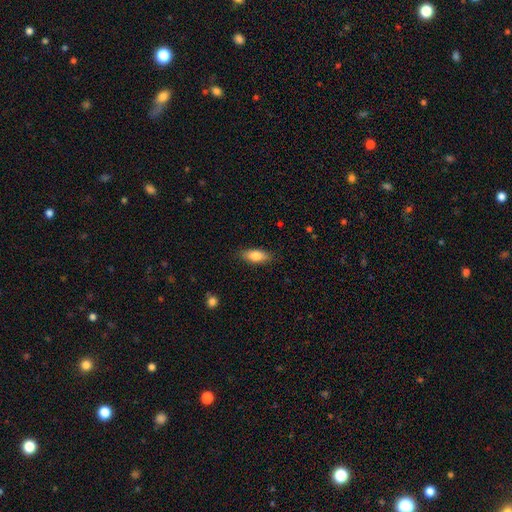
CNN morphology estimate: The model was most divided on "how rounded": in between: 76%, cigar-shaped: 21%, round: 3%. More confident: merging — none (85%); smooth or featured — smooth (81%).